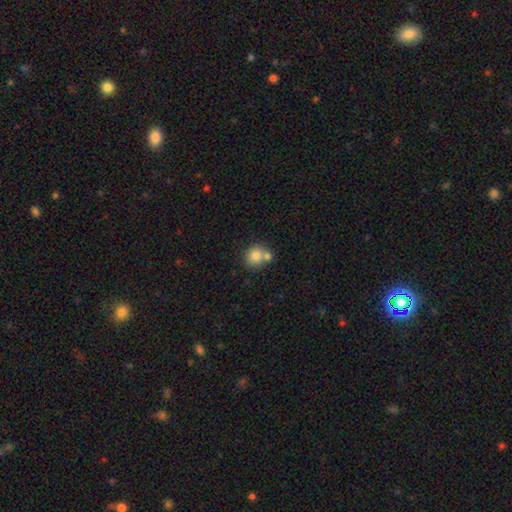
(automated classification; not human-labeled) smooth-or-featured: smooth: 81% | star or artifact: 10% | featured or disk: 10%
  how-rounded: round: 83% | in between: 16% | cigar-shaped: 1%
  merging: none: 54% | merger: 33% | minor disturbance: 10% | major disturbance: 3%